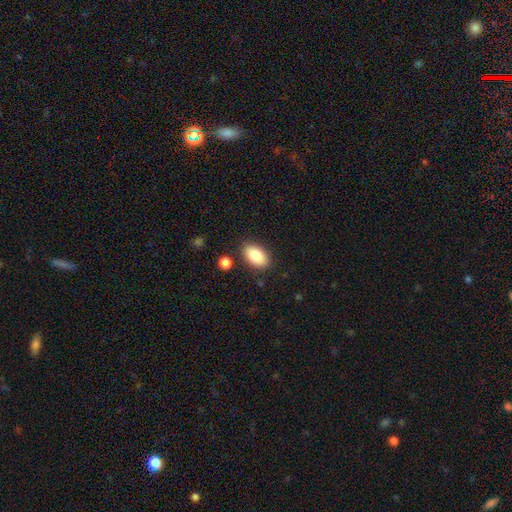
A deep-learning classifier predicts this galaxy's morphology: This is clearly a smooth galaxy (86%). How rounded: clearly in between (93%). Merging: clearly none (85%).